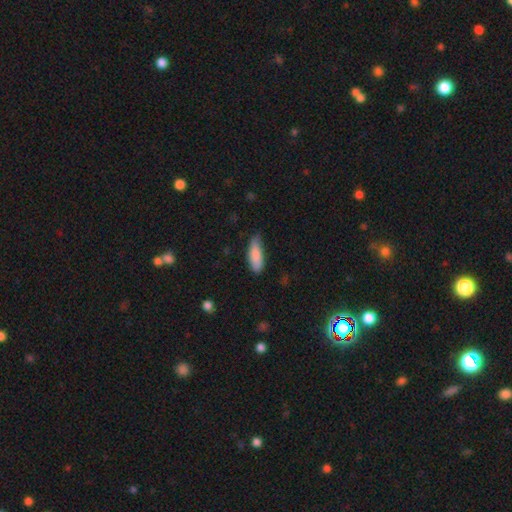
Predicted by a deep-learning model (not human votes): smooth_or_featured: smooth (p=0.87) [alt: featured or disk p=0.07]
how_rounded: in between (p=0.61) [alt: cigar-shaped p=0.37]
merging: none (p=0.68) [alt: minor disturbance p=0.27]